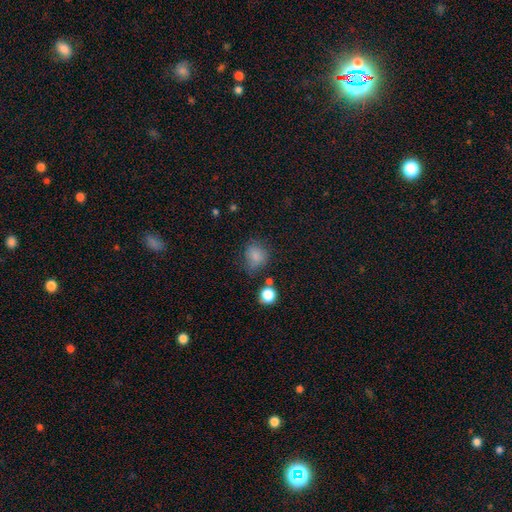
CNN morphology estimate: A smooth galaxy with no disk features (79%) that is round (70%). Merging: none (63%).